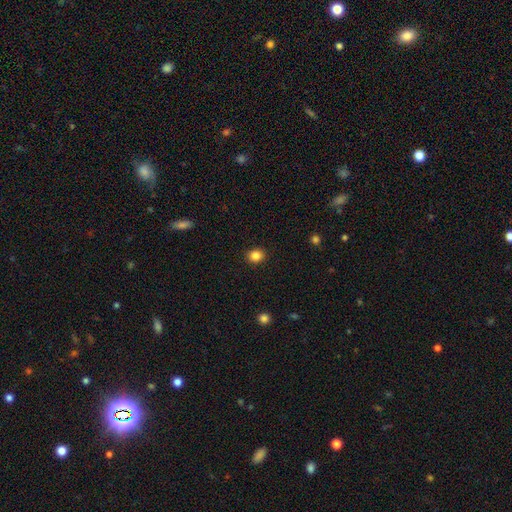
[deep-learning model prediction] Morphology: type=smooth (85%); roundness=round (67%); merging=none (90%).